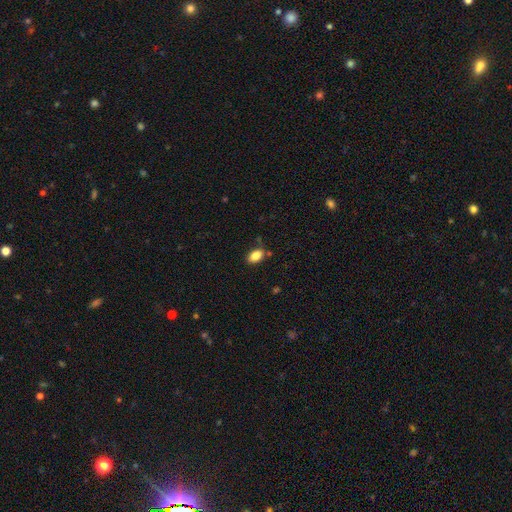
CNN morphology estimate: Smooth or featured? smooth (86%)
How rounded? in between (90%)
Merging? none (80%)